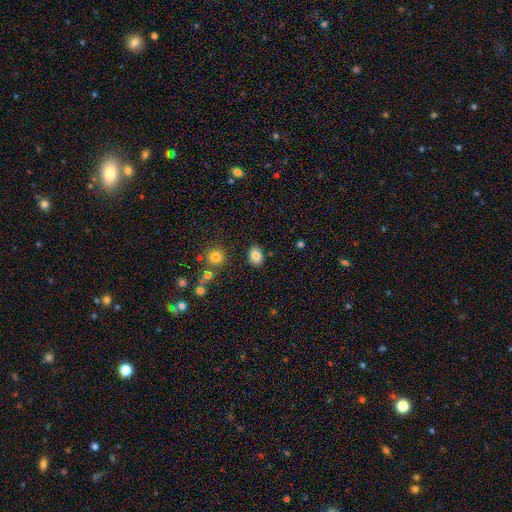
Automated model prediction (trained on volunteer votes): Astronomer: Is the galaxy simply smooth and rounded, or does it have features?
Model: smooth — 83%.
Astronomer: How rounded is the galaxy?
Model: in between — 68%.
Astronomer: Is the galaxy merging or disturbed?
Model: none — 84%.